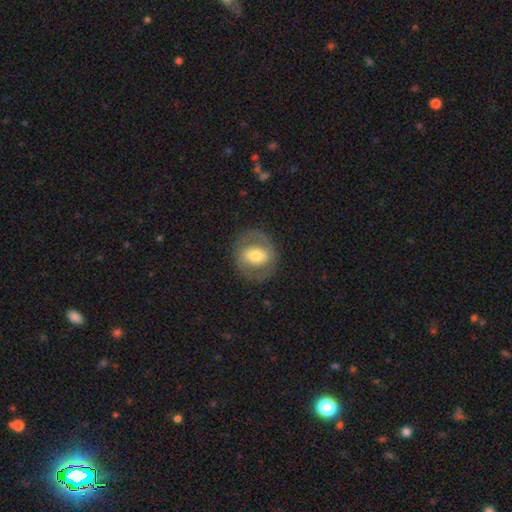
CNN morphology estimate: A featured or disk galaxy (51%).

Vote fractions:
- Smooth or featured? featured or disk: 51% / smooth: 42% / star or artifact: 7%
- Edge-on disk? no: 95% / yes: 5%
- Merging? none: 80% / minor disturbance: 11% / major disturbance: 7% / merger: 1%